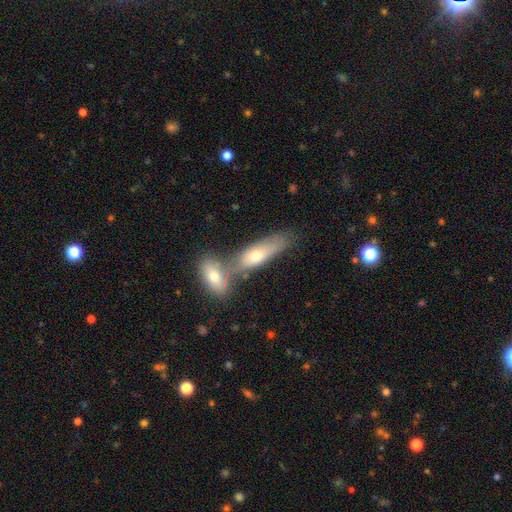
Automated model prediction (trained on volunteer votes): Smooth or featured? smooth (63%)
How rounded? cigar-shaped (49%)
Merging? merger (44%)